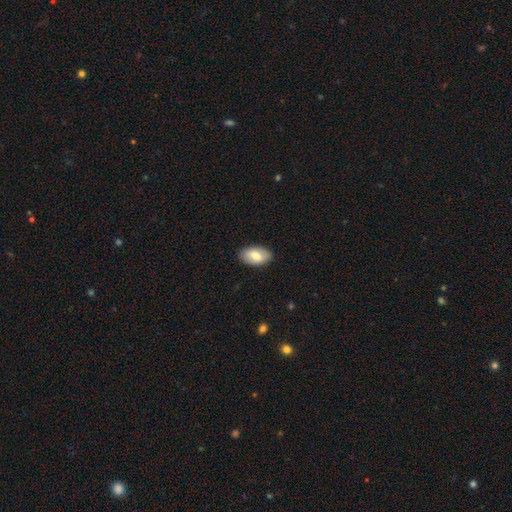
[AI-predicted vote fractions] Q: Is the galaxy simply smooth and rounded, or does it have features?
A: smooth — 75%.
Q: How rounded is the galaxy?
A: in between — 95%.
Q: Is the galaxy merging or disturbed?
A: none — 87%.